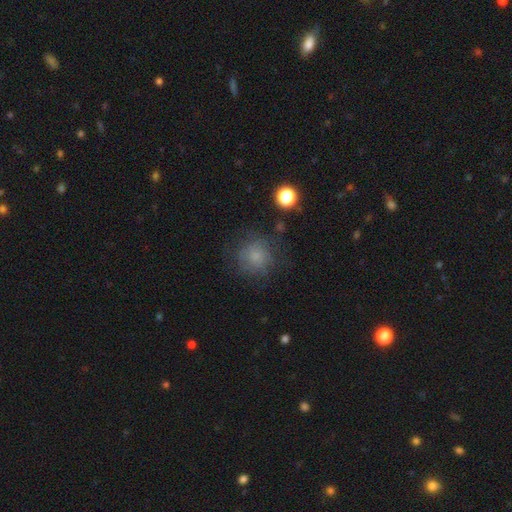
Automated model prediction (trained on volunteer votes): smooth-or-featured: smooth: 73% | star or artifact: 13% | featured or disk: 13%
  how-rounded: round: 91% | in between: 8% | cigar-shaped: 1%
  merging: none: 72% | minor disturbance: 17% | major disturbance: 10% | merger: 2%